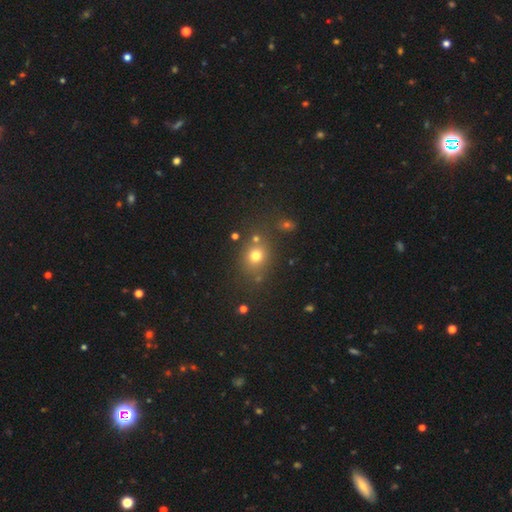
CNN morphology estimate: smooth 72%, star or artifact 19%, featured or disk 10%. Down the decision tree: how rounded — round (68%); merging — none (73%).